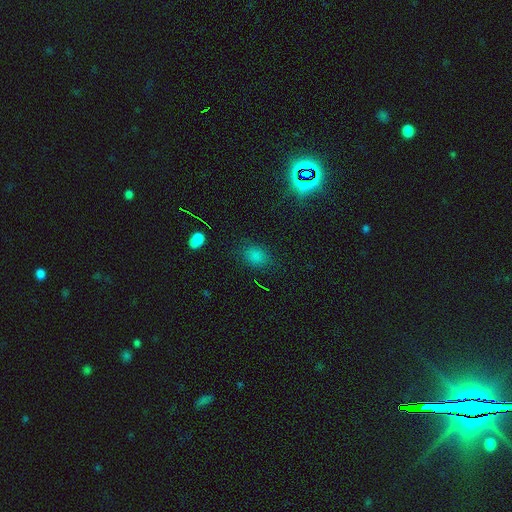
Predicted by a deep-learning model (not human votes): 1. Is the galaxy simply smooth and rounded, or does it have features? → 65% smooth, 28% star or artifact, 7% featured or disk.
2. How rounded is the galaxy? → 58% in between, 40% round, 2% cigar-shaped.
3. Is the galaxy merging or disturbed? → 80% none, 13% minor disturbance, 5% major disturbance, 2% merger.